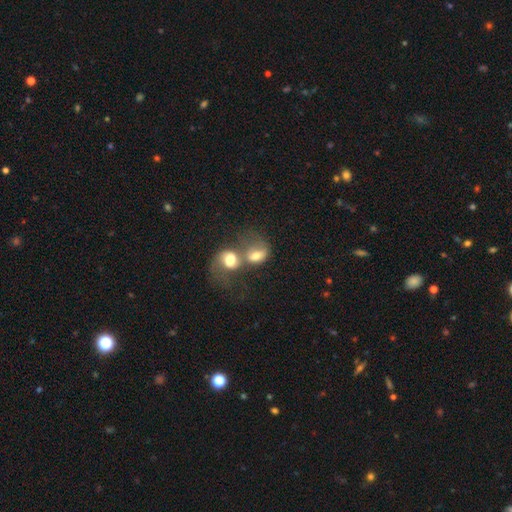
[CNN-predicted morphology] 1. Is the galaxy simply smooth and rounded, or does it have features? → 60% smooth, 31% featured or disk, 9% star or artifact.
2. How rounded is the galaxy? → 56% in between, 43% round, 1% cigar-shaped.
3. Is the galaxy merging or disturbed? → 76% merger, 10% none, 9% major disturbance, 5% minor disturbance.